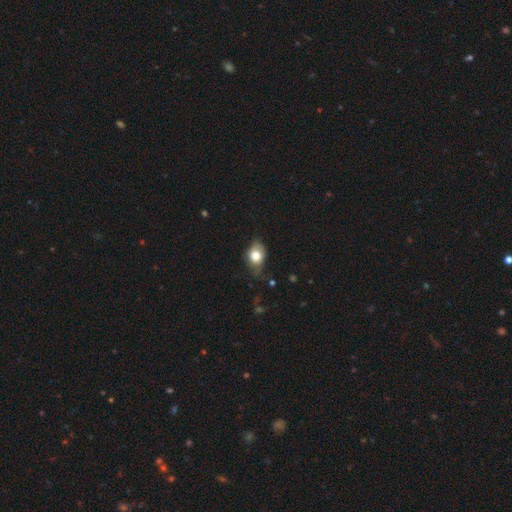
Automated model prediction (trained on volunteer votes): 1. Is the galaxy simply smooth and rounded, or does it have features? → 72% smooth, 19% featured or disk, 9% star or artifact.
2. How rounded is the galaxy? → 66% in between, 32% round, 2% cigar-shaped.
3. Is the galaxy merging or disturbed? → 54% none, 34% minor disturbance, 10% major disturbance, 2% merger.